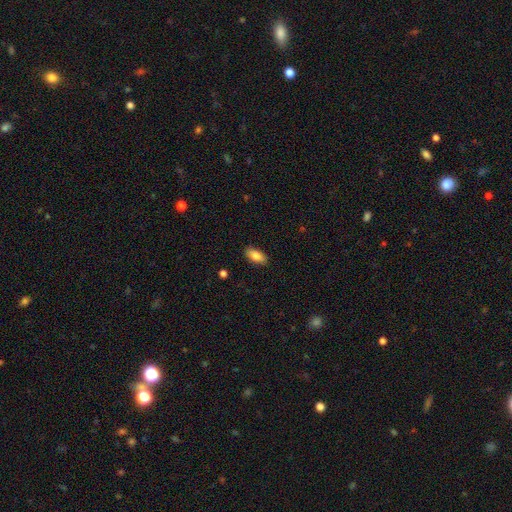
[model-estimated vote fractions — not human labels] Smooth or featured? Predicted: smooth (p=0.84). How rounded? Predicted: in between (p=0.89). Merging? Predicted: none (p=0.88).